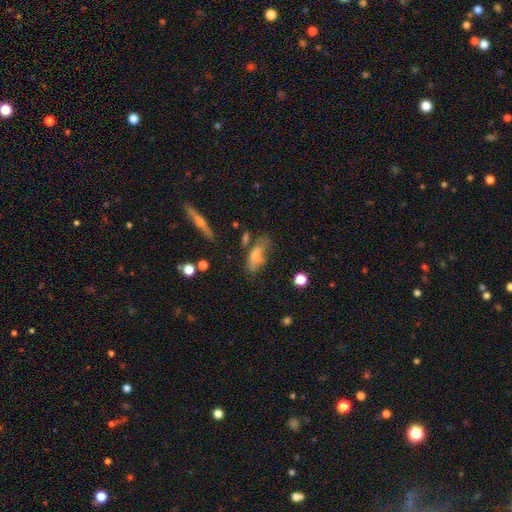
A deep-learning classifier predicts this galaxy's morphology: smooth 65%, featured or disk 25%, star or artifact 10%. Down the decision tree: how rounded — in between (77%); merging — none (39%).